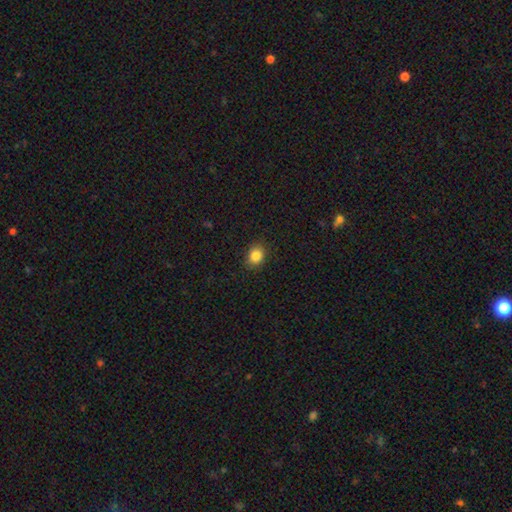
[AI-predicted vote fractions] A smooth galaxy with no disk features (85%) that is round (52%). Merging: none (87%).